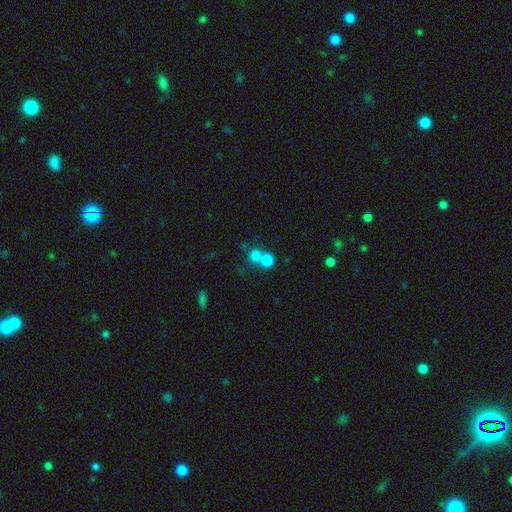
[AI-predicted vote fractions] Smooth or featured? Predicted: smooth (p=0.77). How rounded? Predicted: round (p=0.87). Merging? Predicted: none (p=0.46).